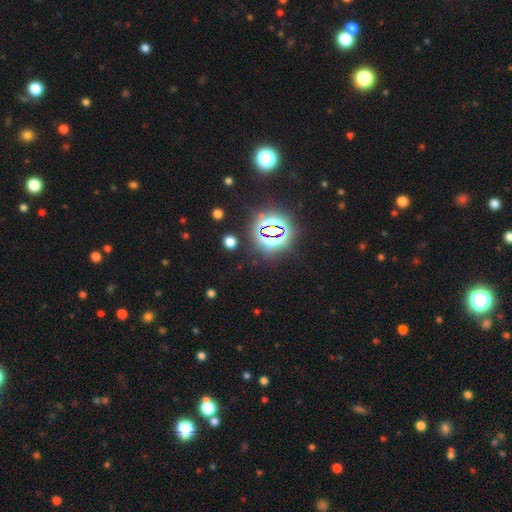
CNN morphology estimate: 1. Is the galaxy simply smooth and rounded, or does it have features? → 78% star or artifact, 15% smooth, 7% featured or disk.